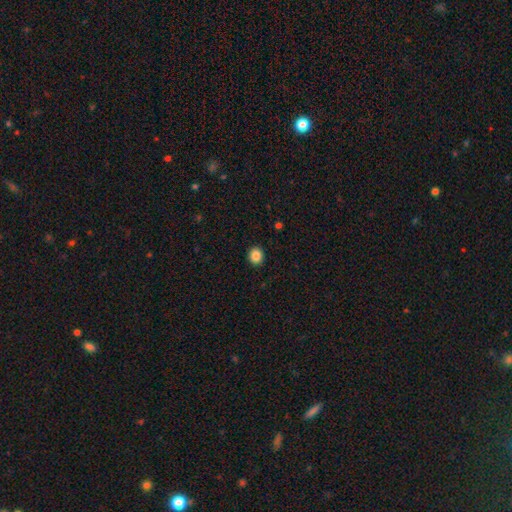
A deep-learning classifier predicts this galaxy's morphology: Smooth or featured? smooth (87%)
How rounded? round (72%)
Merging? none (92%)